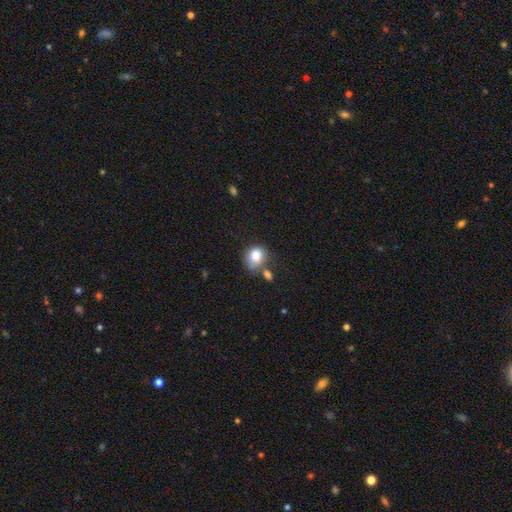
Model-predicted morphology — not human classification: Smooth or featured: smooth — 82% (star or artifact — 9%)
How rounded: round — 66% (in between — 33%)
Merging: none — 51% (minor disturbance — 21%)